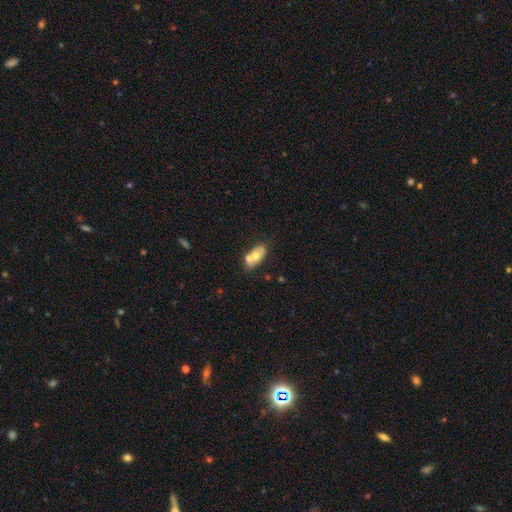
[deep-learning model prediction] A smooth galaxy with no disk features (59%) that is in between round and cigar-shaped (86%). Merging: none (44%).